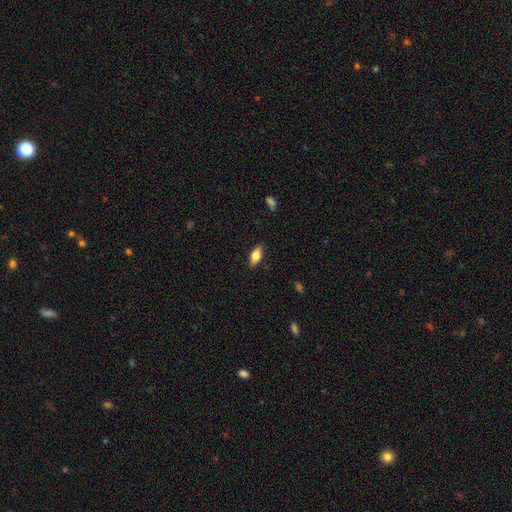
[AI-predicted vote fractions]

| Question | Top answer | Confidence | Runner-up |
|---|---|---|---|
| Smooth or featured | smooth | 71% | featured or disk (22%) |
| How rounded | in between | 83% | cigar-shaped (13%) |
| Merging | none | 87% | minor disturbance (10%) |